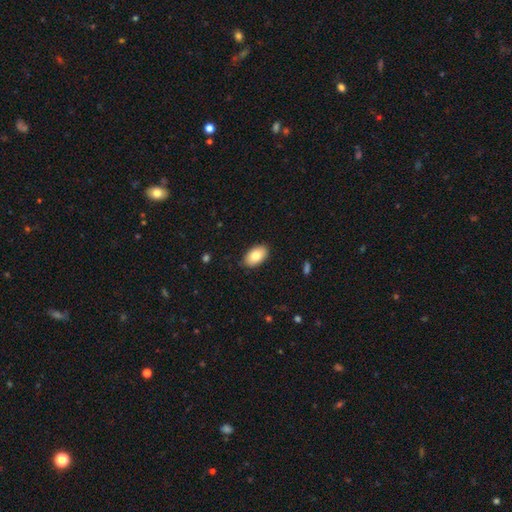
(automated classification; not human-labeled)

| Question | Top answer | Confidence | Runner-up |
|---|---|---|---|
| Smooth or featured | smooth | 81% | featured or disk (13%) |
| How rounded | in between | 93% | round (6%) |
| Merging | none | 88% | minor disturbance (10%) |